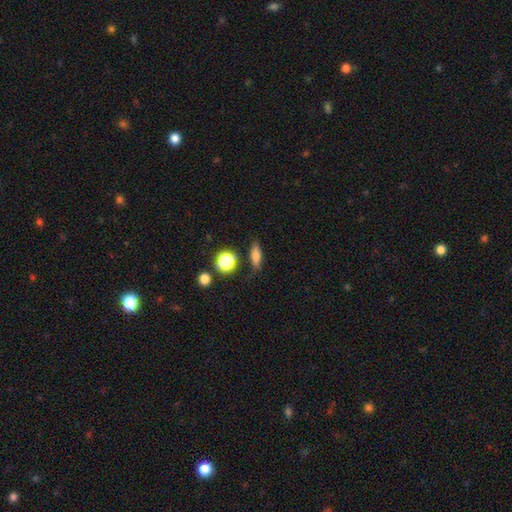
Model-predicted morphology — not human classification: smooth 69%, featured or disk 19%, star or artifact 12%. Down the decision tree: how rounded — in between (48%); merging — none (78%).